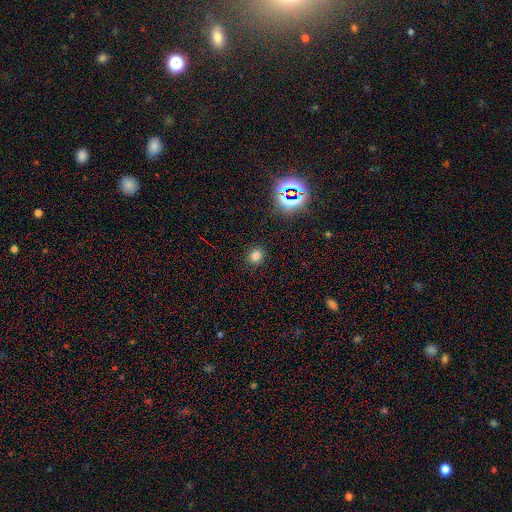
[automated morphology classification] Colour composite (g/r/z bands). It shows a smooth galaxy with no disk features (76%) that is round (82%). Merging: none (89%).